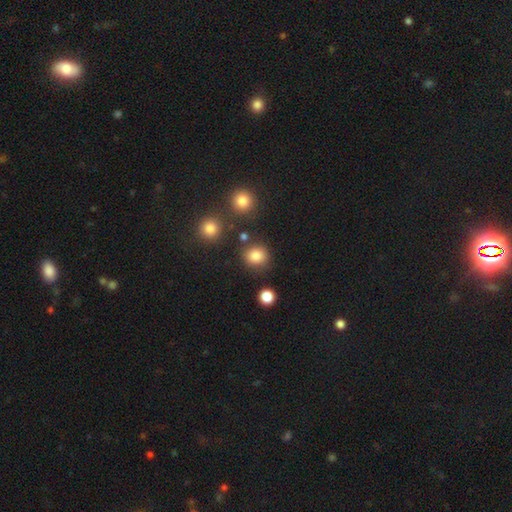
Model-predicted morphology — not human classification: smooth 82%, star or artifact 13%, featured or disk 5%. Down the decision tree: how rounded — round (85%); merging — none (83%).